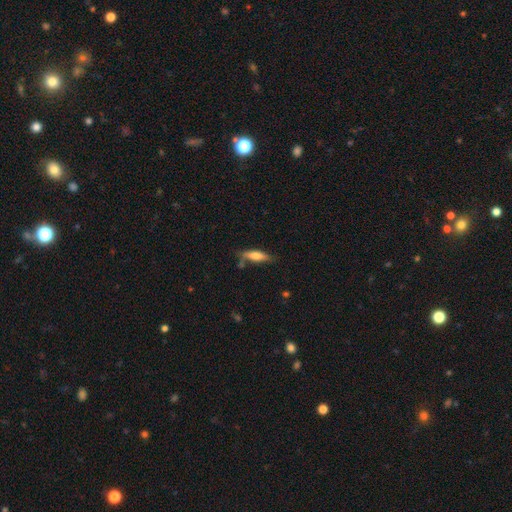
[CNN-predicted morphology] A smooth galaxy with no disk features (70%) that is cigar-shaped (60%).

Vote fractions:
- Smooth or featured? smooth: 70% / featured or disk: 23% / star or artifact: 7%
- How rounded? cigar-shaped: 60% / in between: 38% / round: 2%
- Merging? none: 65% / minor disturbance: 21% / merger: 8% / major disturbance: 5%